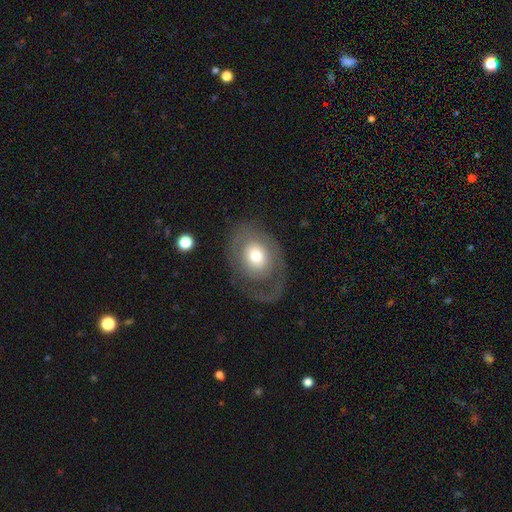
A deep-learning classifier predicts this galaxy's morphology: This appears to be a featured or disk galaxy (48%). Merging: none (60%).